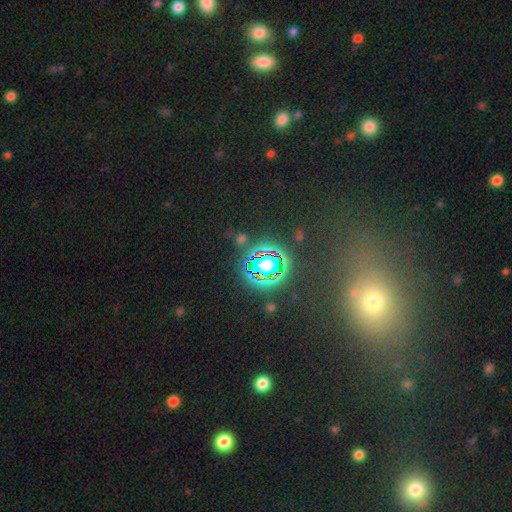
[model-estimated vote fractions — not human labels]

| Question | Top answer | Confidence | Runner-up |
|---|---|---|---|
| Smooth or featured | star or artifact | 59% | smooth (31%) |